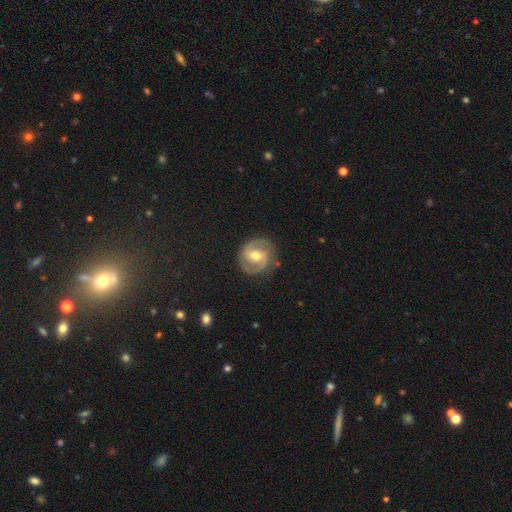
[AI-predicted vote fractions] Smooth or featured? featured or disk (82%)
Edge-on disk? no (98%)
Bar? weak (48%)
Spiral arms? yes (93%)
Spiral winding? medium (48%)
Spiral arm count? 2 (89%)
Bulge size? moderate (72%)
Merging? none (82%)